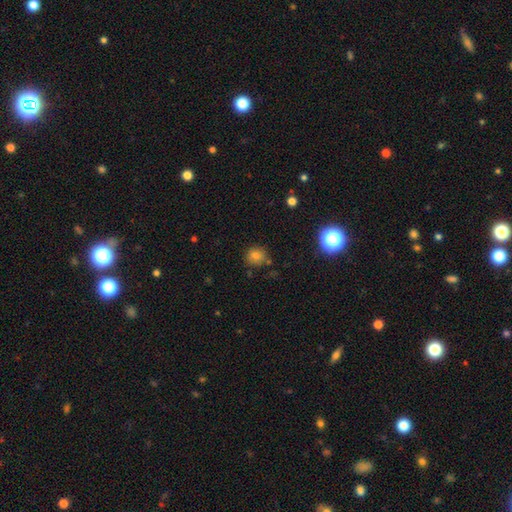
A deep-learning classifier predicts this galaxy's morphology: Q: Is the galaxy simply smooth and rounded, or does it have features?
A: smooth — 76%.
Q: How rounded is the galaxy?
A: round — 85%.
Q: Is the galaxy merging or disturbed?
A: none — 78%.